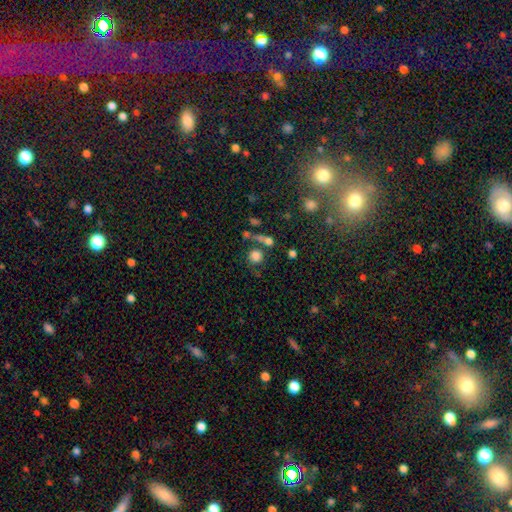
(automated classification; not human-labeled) Smooth or featured? Predicted: smooth (p=0.77). How rounded? Predicted: round (p=0.91). Merging? Predicted: none (p=0.61).